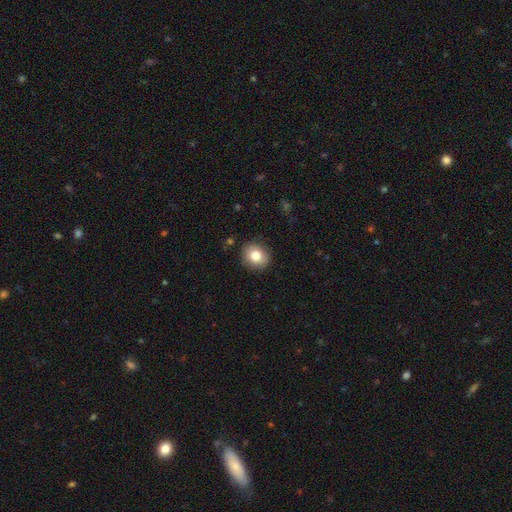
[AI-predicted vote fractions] smooth-or-featured: smooth: 81% | featured or disk: 10% | star or artifact: 9%
  how-rounded: round: 72% | in between: 27% | cigar-shaped: 1%
  merging: none: 89% | minor disturbance: 8% | major disturbance: 2% | merger: 1%